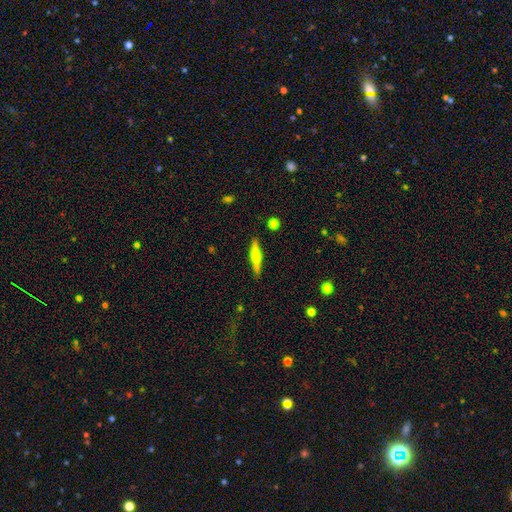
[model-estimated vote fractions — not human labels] featured or disk 58%, smooth 36%, star or artifact 6%. Down the decision tree: edge-on disk — yes (97%); edge-on bulge — rounded (89%); merging — none (89%).